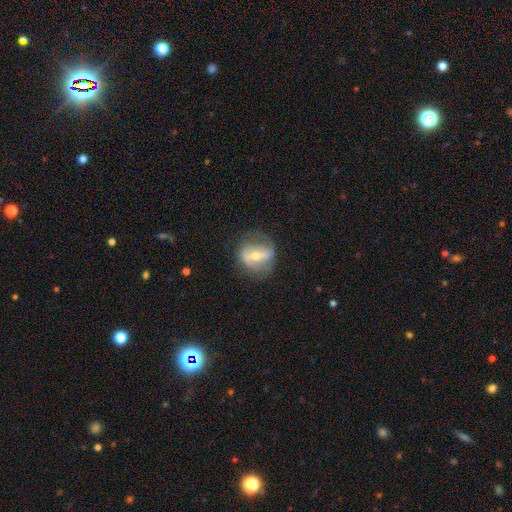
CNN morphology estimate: A featured or disk galaxy (70%) with a strong bar (55%), spiral arms (69%) and a moderate central bulge (58%). Merging: none (65%).